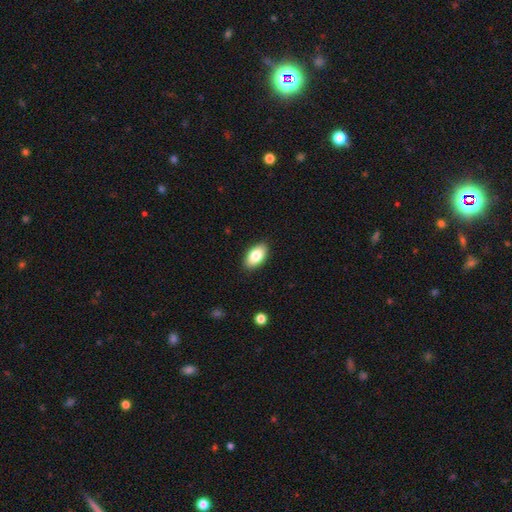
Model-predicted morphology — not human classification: A smooth galaxy with no disk features (81%) that is in between round and cigar-shaped (93%).

Vote fractions:
- Smooth or featured? smooth: 81% / featured or disk: 12% / star or artifact: 7%
- How rounded? in between: 93% / round: 4% / cigar-shaped: 3%
- Merging? none: 89% / minor disturbance: 9% / major disturbance: 2% / merger: 1%